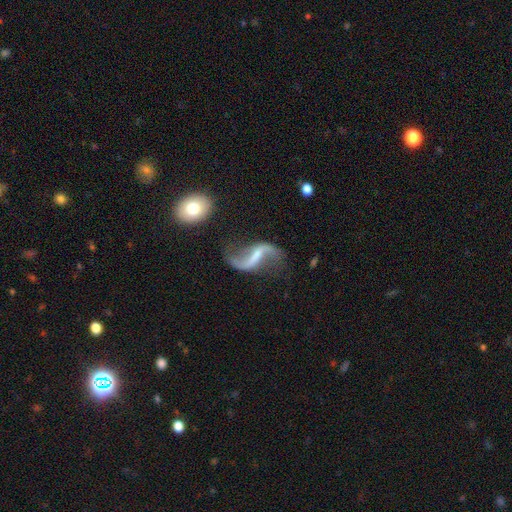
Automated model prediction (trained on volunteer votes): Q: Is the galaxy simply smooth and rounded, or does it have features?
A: featured or disk — 89%.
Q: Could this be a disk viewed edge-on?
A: no — 97%.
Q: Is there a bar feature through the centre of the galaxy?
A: strong — 48%.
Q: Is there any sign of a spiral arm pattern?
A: yes — 95%.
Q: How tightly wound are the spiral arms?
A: loose — 92%.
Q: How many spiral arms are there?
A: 2 — 92%.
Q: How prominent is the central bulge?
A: small — 41%.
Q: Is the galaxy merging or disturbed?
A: none — 66%.